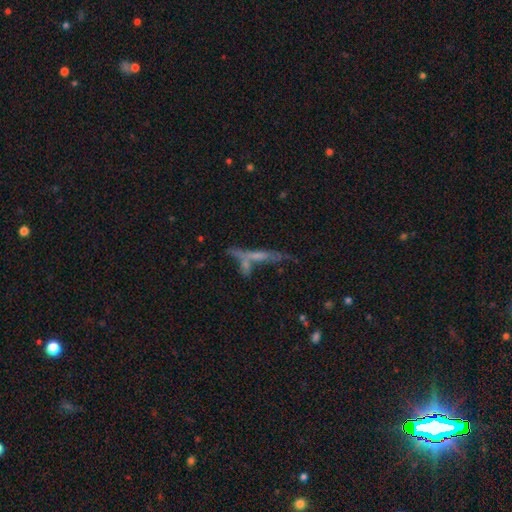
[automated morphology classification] A featured or disk galaxy (50%) viewed edge-on (83%).

Vote fractions:
- Smooth or featured? featured or disk: 50% / smooth: 37% / star or artifact: 13%
- Edge-on disk? yes: 83% / no: 17%
- Merging? none: 54% / merger: 24% / minor disturbance: 14% / major disturbance: 8%